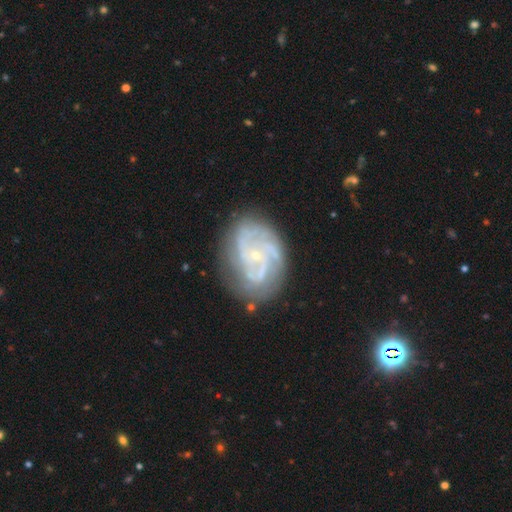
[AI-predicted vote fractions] This appears to be a featured or disk galaxy (87%) with no bar (66%), 3 (31%) tight (52%) spiral arms (97%) and a small central bulge (82%). Merging: none (75%).